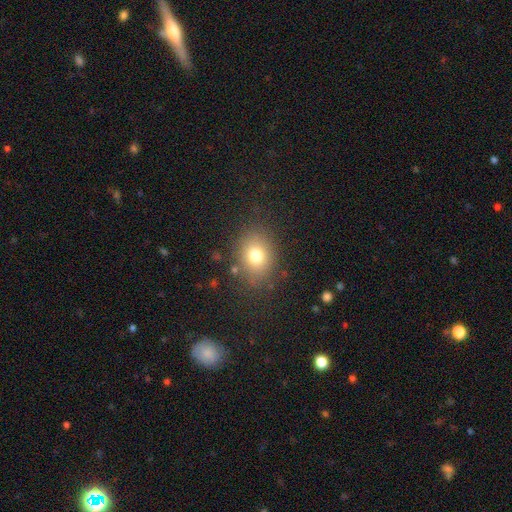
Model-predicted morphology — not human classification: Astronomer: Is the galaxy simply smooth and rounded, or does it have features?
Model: smooth — 74%.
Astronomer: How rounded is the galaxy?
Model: in between — 50% (runner-up: round, 49%).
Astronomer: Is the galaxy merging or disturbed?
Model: none — 82%.